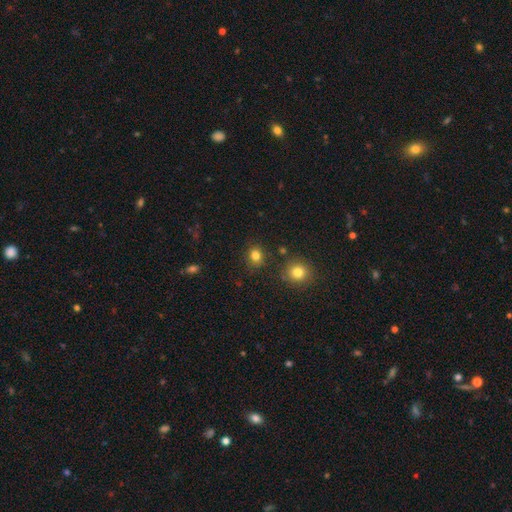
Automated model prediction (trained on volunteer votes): smooth_or_featured: smooth (p=0.81) [alt: star or artifact p=0.13]
how_rounded: round (p=0.71) [alt: in between p=0.28]
merging: none (p=0.84) [alt: minor disturbance p=0.10]